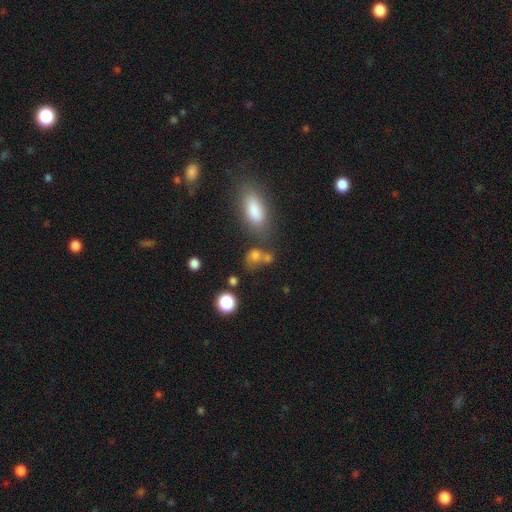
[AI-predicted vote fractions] smooth 73%, star or artifact 16%, featured or disk 11%. Down the decision tree: how rounded — in between (53%); merging — none (42%).